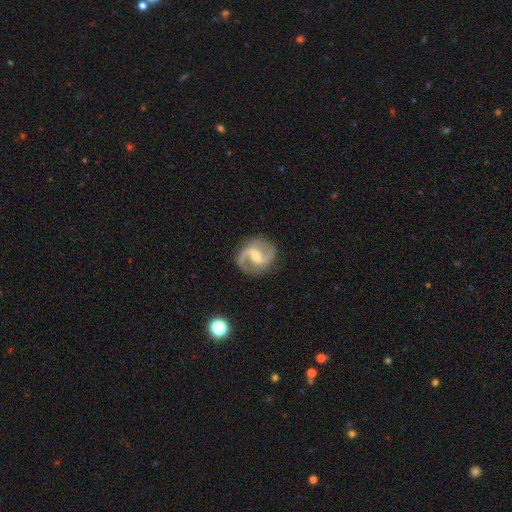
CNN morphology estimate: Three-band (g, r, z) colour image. It shows a featured or disk galaxy (92%) with a weak bar (48%), 2 (94%) medium (57%) spiral arms (98%) and a moderate central bulge (50%). Merging: none (85%).